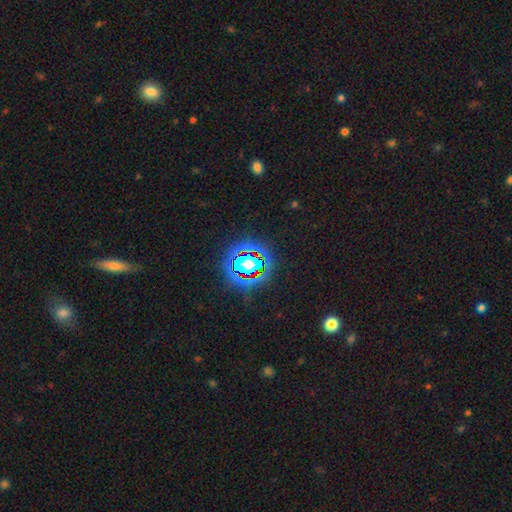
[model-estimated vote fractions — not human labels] Smooth or featured? star or artifact (78%)